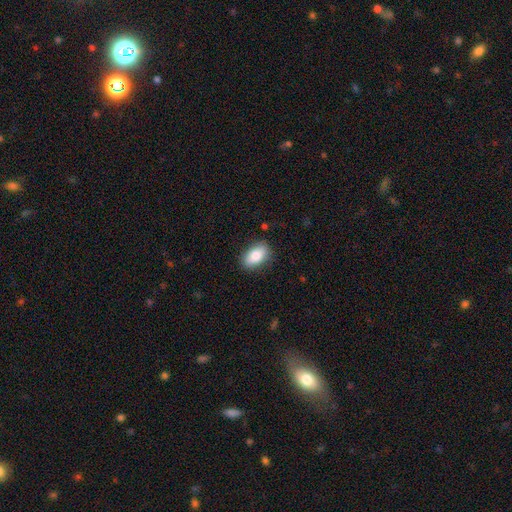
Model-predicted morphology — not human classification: This is clearly a smooth galaxy (82%). How rounded: clearly in between (89%). Merging: clearly none (85%).